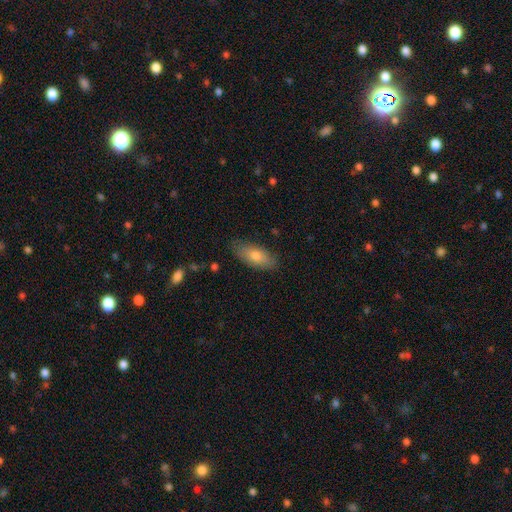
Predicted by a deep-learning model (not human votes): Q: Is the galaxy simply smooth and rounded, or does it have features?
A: smooth — 75%.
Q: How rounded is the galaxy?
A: in between — 81%.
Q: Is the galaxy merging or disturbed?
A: none — 83%.